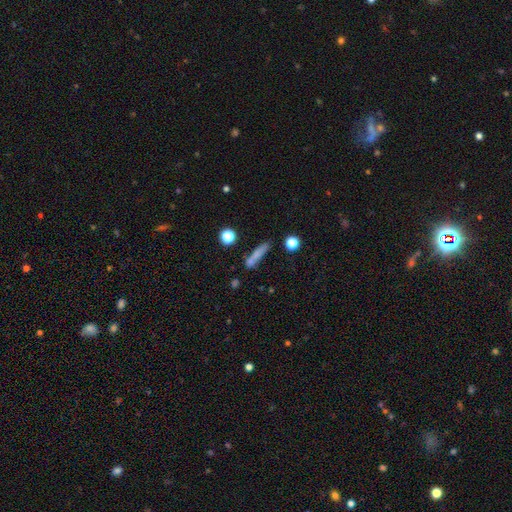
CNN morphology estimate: Smooth or featured? Predicted: smooth (p=0.71). How rounded? Predicted: cigar-shaped (p=0.84). Merging? Predicted: none (p=0.69).